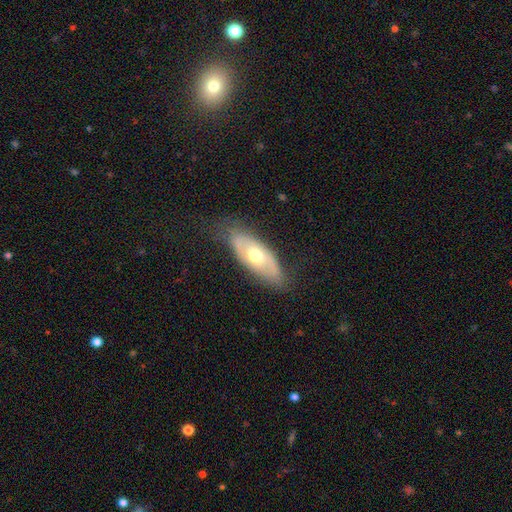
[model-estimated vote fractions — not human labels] Q: Smooth or featured?
A: featured or disk (48%); runner-up: smooth (45%)
Q: Merging?
A: none (71%); runner-up: minor disturbance (22%)